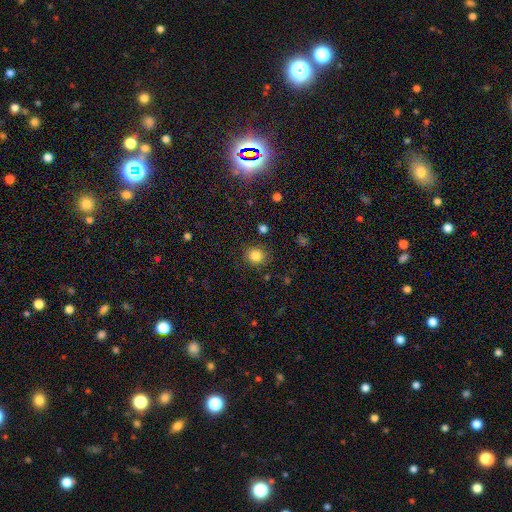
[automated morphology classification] This is clearly a smooth galaxy (83%). How rounded: clearly round (88%). Merging: clearly none (87%).